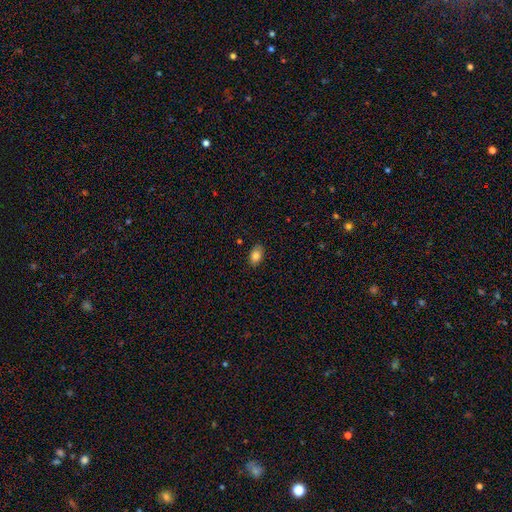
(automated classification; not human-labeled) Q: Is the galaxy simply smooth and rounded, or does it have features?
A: smooth — 85%.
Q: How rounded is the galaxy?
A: in between — 84%.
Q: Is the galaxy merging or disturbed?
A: none — 86%.